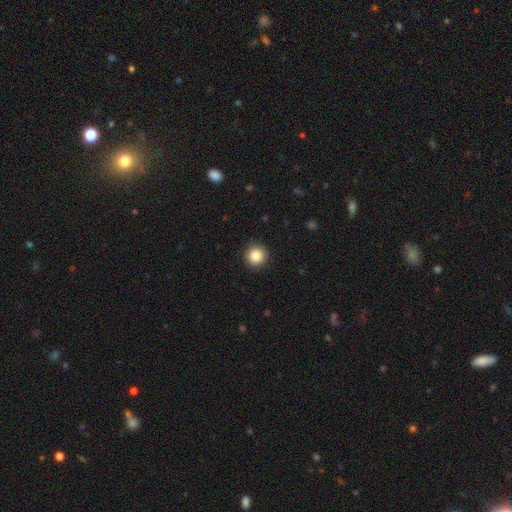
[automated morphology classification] Overall: smooth (87%). How rounded: round (94%). Merging: none (91%).